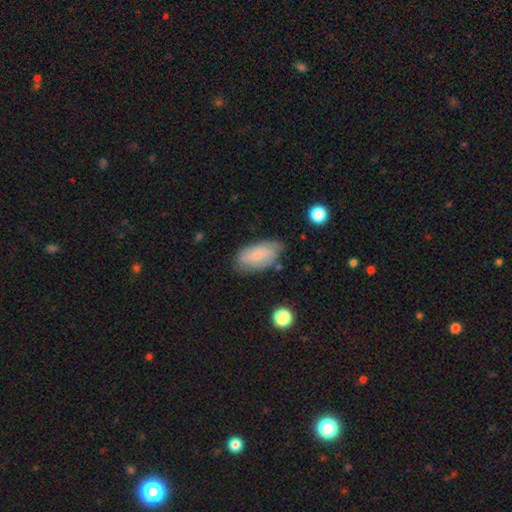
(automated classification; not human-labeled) This is likely a smooth galaxy (72%). How rounded: clearly in between (92%). Merging: likely none (71%).